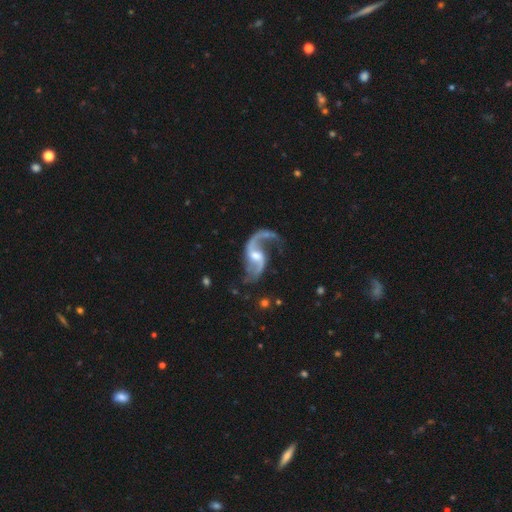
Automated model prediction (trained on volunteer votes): This is clearly a featured or disk galaxy (92%). It is clearly not viewed edge-on (98%). Bar: possibly weak (50%). Spiral arm pattern: clearly yes (97%). Spiral arm count: clearly 2 (90%). Spiral winding: likely loose (75%). Central bulge: possibly moderate (56%). Merging: likely none (62%).